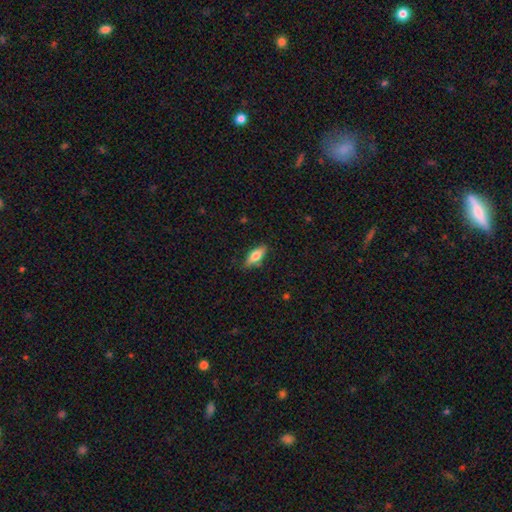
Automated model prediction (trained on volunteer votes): Smooth or featured?
  - smooth: 67% *
  - featured or disk: 27%
  - star or artifact: 7%
How rounded?
  - in between: 65% *
  - cigar-shaped: 32%
  - round: 3%
Merging?
  - none: 82% *
  - minor disturbance: 14%
  - major disturbance: 3%
  - merger: 1%